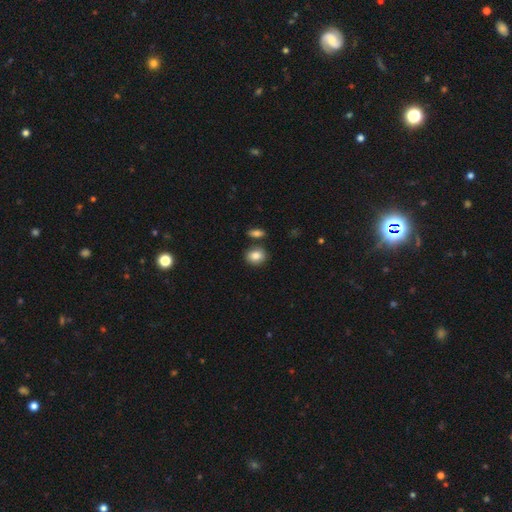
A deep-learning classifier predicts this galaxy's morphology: Smooth or featured: smooth — 84% (star or artifact — 8%)
How rounded: round — 53% (in between — 45%)
Merging: none — 78% (minor disturbance — 11%)